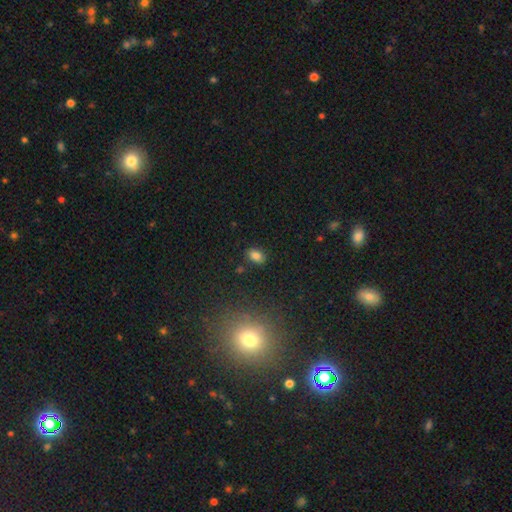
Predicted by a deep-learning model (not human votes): Smooth or featured: smooth — 81% (star or artifact — 12%)
How rounded: in between — 82% (round — 17%)
Merging: none — 85% (minor disturbance — 10%)